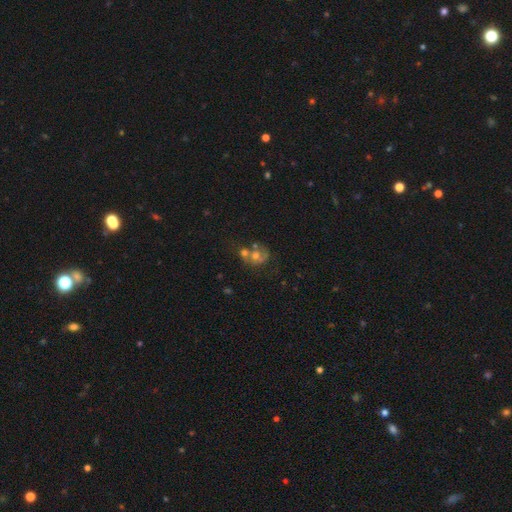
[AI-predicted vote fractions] smooth_or_featured: featured or disk (p=0.43) [alt: smooth p=0.37]
merging: merger (p=0.41) [alt: none p=0.34]